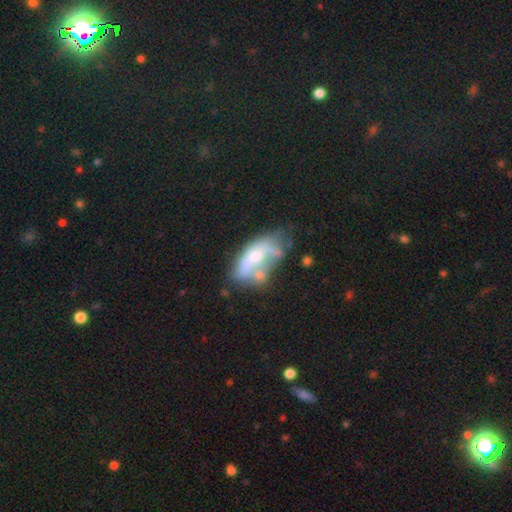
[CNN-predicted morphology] Q: Smooth or featured?
A: featured or disk (52%); runner-up: smooth (39%)
Q: Edge-on disk?
A: no (93%); runner-up: yes (7%)
Q: Merging?
A: major disturbance (28%); runner-up: merger (26%)